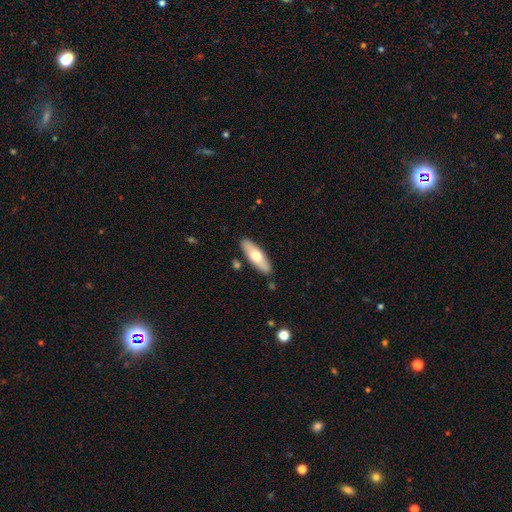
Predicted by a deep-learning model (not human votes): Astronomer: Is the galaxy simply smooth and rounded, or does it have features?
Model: smooth — 60%.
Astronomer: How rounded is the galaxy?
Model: in between — 56% (runner-up: cigar-shaped, 42%).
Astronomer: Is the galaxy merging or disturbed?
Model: none — 85%.